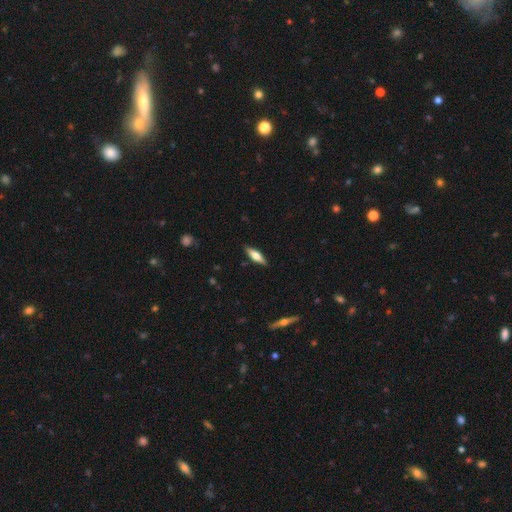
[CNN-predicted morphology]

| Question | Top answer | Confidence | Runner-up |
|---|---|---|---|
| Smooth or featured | smooth | 51% | featured or disk (43%) |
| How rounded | cigar-shaped | 57% | in between (41%) |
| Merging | none | 88% | minor disturbance (9%) |